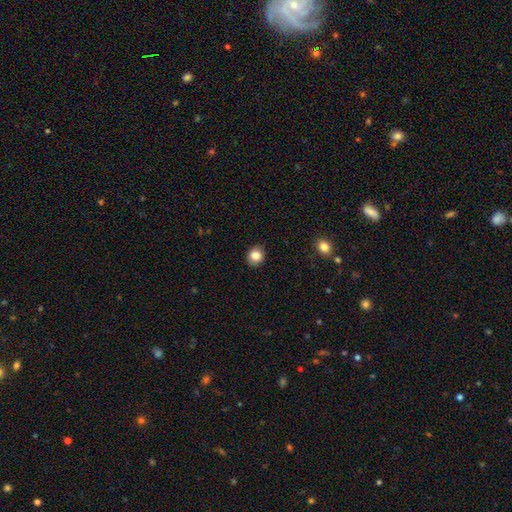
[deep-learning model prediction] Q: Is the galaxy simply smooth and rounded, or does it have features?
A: smooth — 82%.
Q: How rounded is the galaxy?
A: round — 65%.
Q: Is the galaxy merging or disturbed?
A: none — 89%.